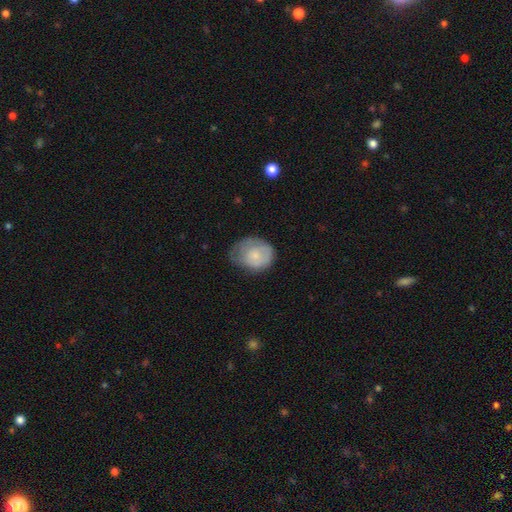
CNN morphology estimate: A smooth galaxy with no disk features (67%) that is round (56%). Merging: none (43%).